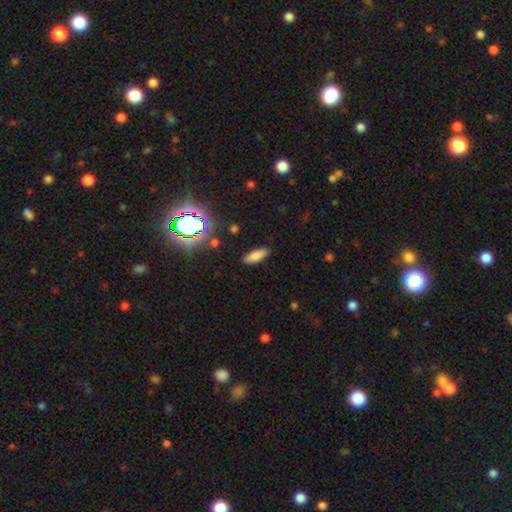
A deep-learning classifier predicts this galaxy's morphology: A smooth galaxy with no disk features (79%) that is in between round and cigar-shaped (66%). Merging: none (88%).